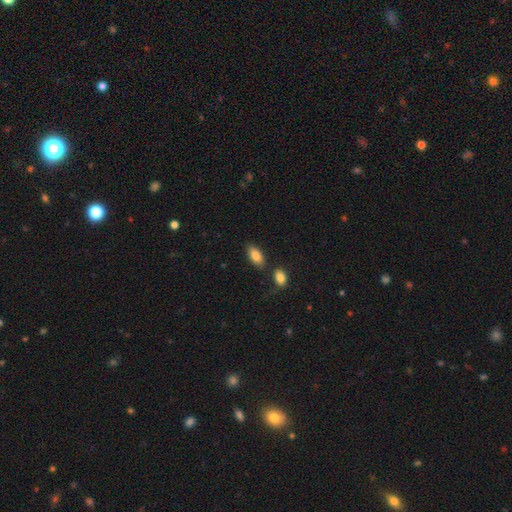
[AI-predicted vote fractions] Smooth or featured: smooth — 83% (featured or disk — 10%)
How rounded: in between — 88% (cigar-shaped — 9%)
Merging: none — 77% (minor disturbance — 12%)